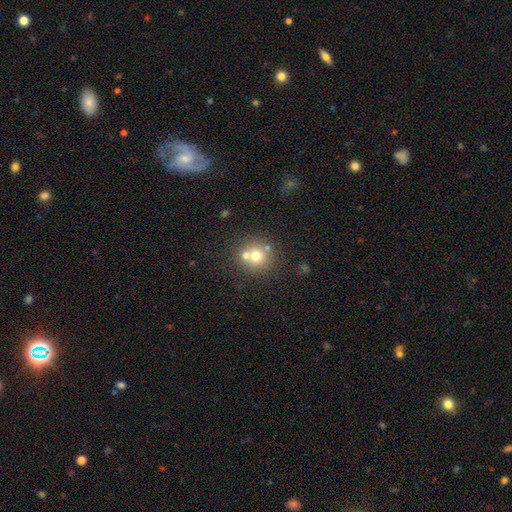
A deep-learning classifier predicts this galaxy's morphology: smooth 67%, featured or disk 20%, star or artifact 13%. Down the decision tree: how rounded — round (89%); merging — none (55%).